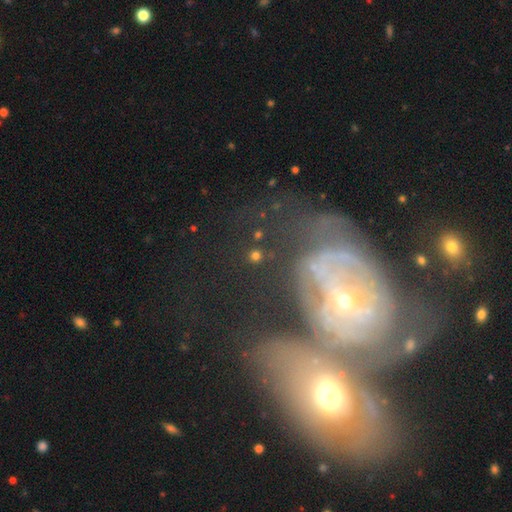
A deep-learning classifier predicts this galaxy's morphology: This is possibly a smooth galaxy (55%). How rounded: clearly round (84%). Merging: likely none (77%).